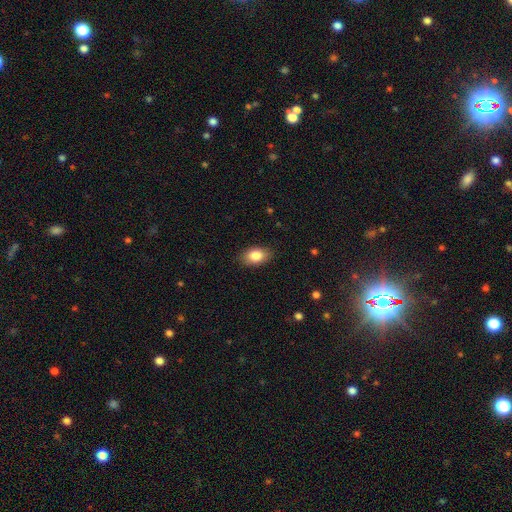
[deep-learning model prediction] smooth-or-featured: smooth: 85% | featured or disk: 8% | star or artifact: 7%
  how-rounded: in between: 90% | round: 8% | cigar-shaped: 2%
  merging: none: 87% | minor disturbance: 10% | major disturbance: 2% | merger: 1%